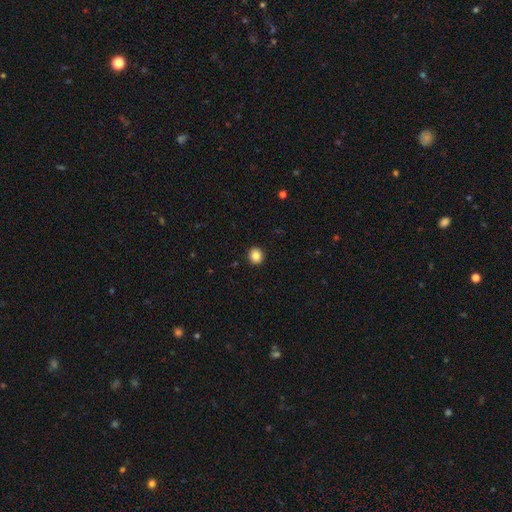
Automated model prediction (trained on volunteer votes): This appears to be a smooth galaxy with no disk features (86%) that is round (83%). Merging: none (92%).